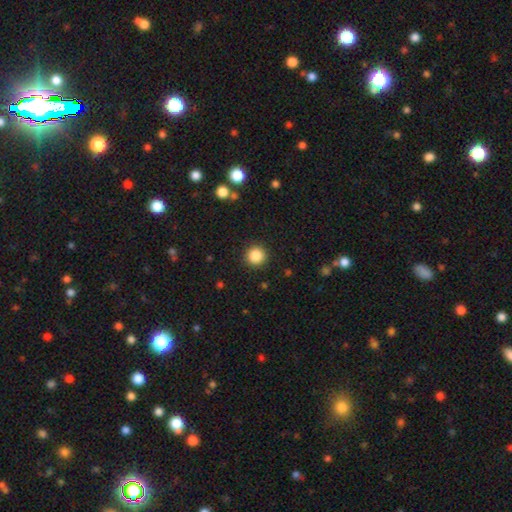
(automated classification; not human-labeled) The model was most divided on "smooth or featured": smooth: 86%, star or artifact: 10%, featured or disk: 4%. More confident: how rounded — round (95%); merging — none (92%).